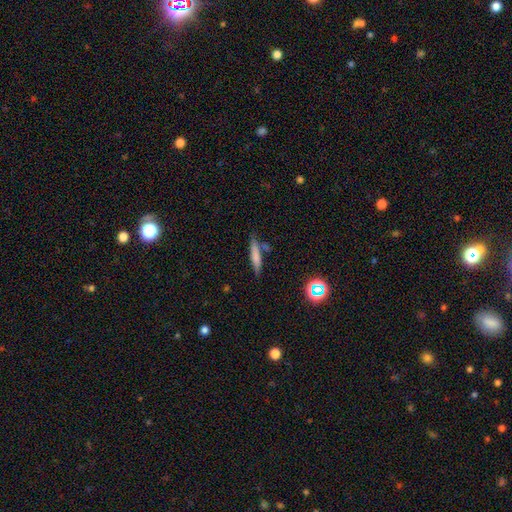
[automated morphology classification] Overall: smooth (70%). How rounded: cigar-shaped (86%). Merging: none (71%).